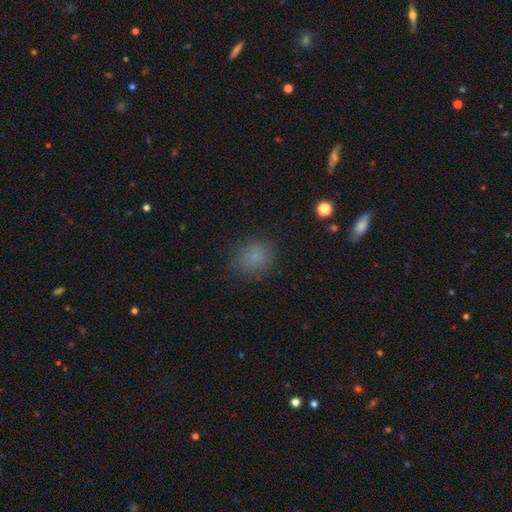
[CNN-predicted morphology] This is likely a smooth galaxy (77%). How rounded: likely round (69%). Merging: clearly none (80%).